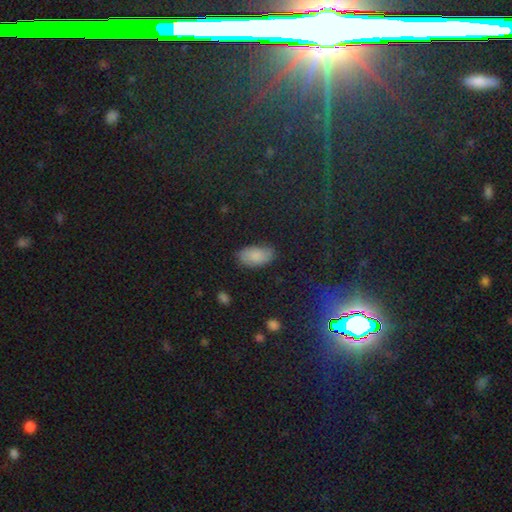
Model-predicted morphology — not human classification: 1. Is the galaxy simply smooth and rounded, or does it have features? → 77% smooth, 12% featured or disk, 11% star or artifact.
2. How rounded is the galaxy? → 94% in between, 4% round, 2% cigar-shaped.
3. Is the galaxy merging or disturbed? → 76% none, 18% minor disturbance, 4% major disturbance, 2% merger.